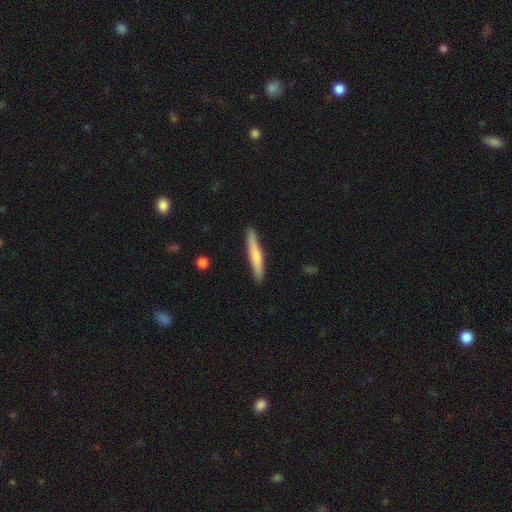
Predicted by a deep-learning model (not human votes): Smooth or featured: smooth — 63% (featured or disk — 32%)
How rounded: cigar-shaped — 94% (in between — 5%)
Merging: none — 89% (minor disturbance — 9%)